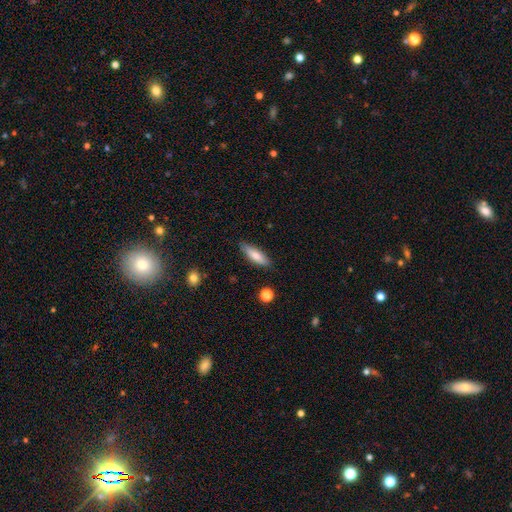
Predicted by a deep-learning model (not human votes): Smooth or featured? Predicted: smooth (p=0.75). How rounded? Predicted: cigar-shaped (p=0.52). Merging? Predicted: none (p=0.83).